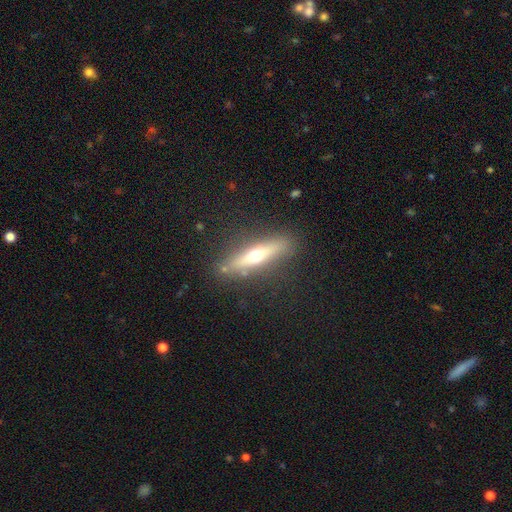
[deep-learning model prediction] The model was most divided on "smooth or featured": featured or disk: 53%, smooth: 40%, star or artifact: 7%. More confident: edge-on disk — yes (88%); merging — none (85%).